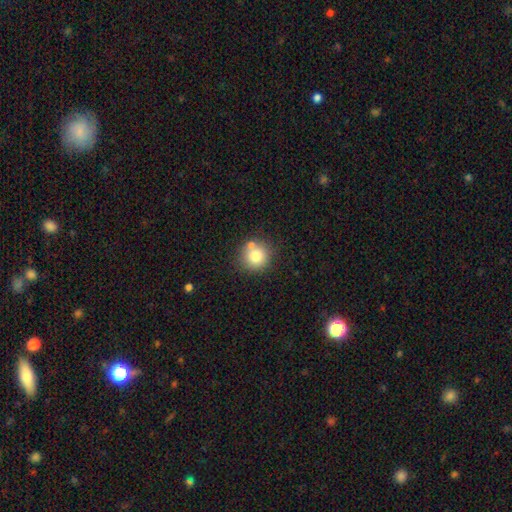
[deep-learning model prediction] A smooth galaxy with no disk features (76%) that is round (91%).

Vote fractions:
- Smooth or featured? smooth: 76% / featured or disk: 13% / star or artifact: 11%
- How rounded? round: 91% / in between: 9% / cigar-shaped: 1%
- Merging? none: 69% / merger: 17% / minor disturbance: 10% / major disturbance: 3%